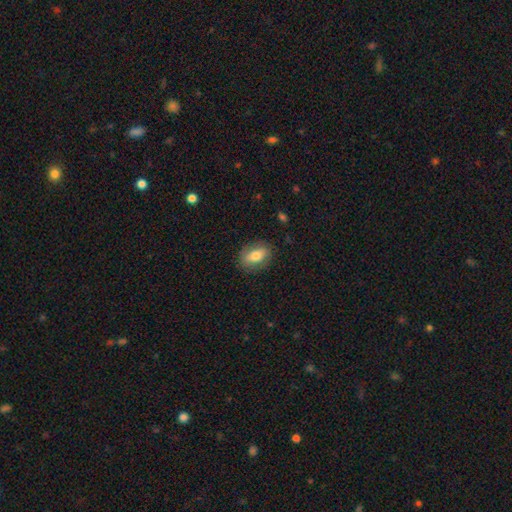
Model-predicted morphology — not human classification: Smooth or featured? smooth (67%)
How rounded? in between (80%)
Merging? none (82%)